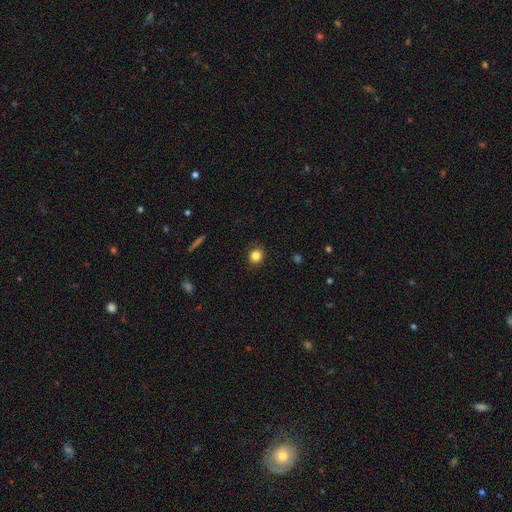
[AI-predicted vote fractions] A smooth galaxy with no disk features (84%) that is round (84%).

Vote fractions:
- Smooth or featured? smooth: 84% / star or artifact: 11% / featured or disk: 5%
- How rounded? round: 84% / in between: 15% / cigar-shaped: 1%
- Merging? none: 89% / minor disturbance: 8% / major disturbance: 2% / merger: 1%